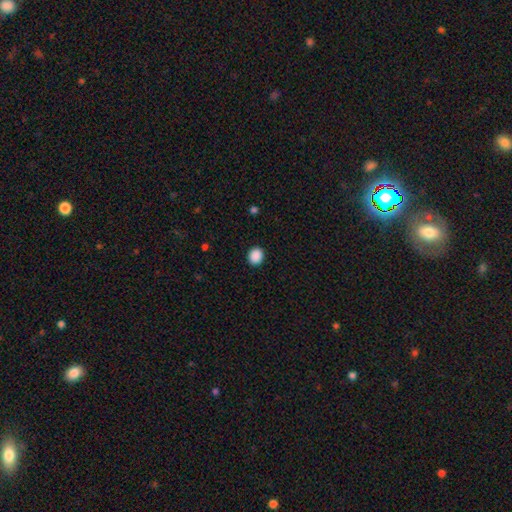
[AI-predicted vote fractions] Smooth or featured?
  - smooth: 90% *
  - star or artifact: 8%
  - featured or disk: 2%
How rounded?
  - round: 72% *
  - in between: 27%
  - cigar-shaped: 1%
Merging?
  - none: 91% *
  - minor disturbance: 6%
  - major disturbance: 2%
  - merger: 1%